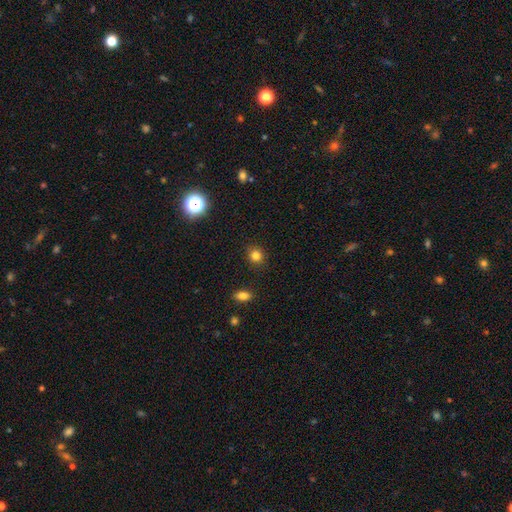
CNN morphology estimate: Smooth or featured: smooth — 81% (star or artifact — 14%)
How rounded: round — 77% (in between — 22%)
Merging: none — 89% (minor disturbance — 8%)